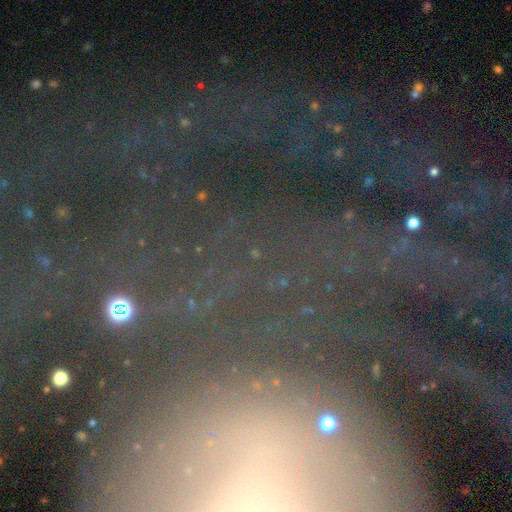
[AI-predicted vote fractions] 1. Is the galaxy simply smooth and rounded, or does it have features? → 60% star or artifact, 27% featured or disk, 13% smooth.